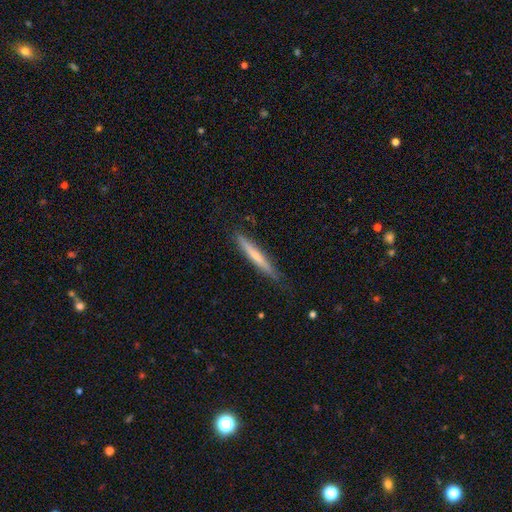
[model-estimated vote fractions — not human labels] This is possibly a smooth galaxy (56%). How rounded: clearly cigar-shaped (95%). Merging: clearly none (84%).